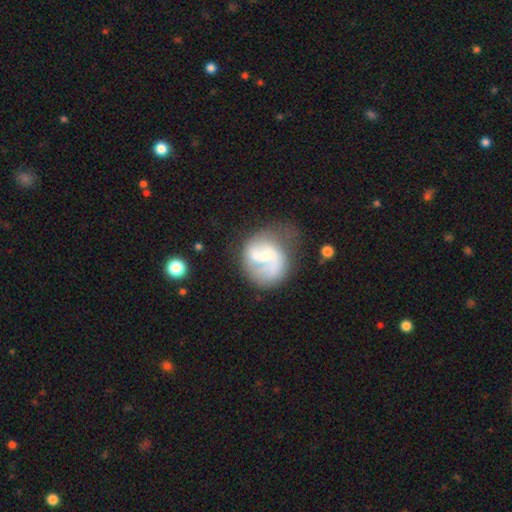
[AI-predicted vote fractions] Overall: featured or disk (68%). Edge-on disk: no (98%). Bar: no (46%; weak 44%). Spiral arms: yes (83%). Spiral arm count: 2 (51%; 1 26%). Spiral winding: medium (43%; loose 35%). Bulge size: small (53%; moderate 31%). Merging: none (42%; major disturbance 28%).